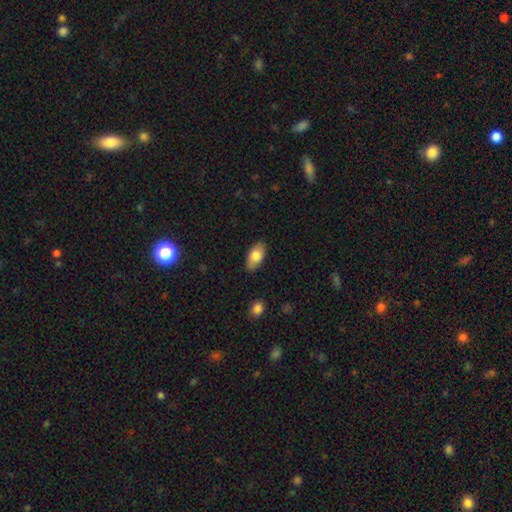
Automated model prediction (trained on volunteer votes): Smooth or featured? smooth (79%)
How rounded? in between (92%)
Merging? none (85%)